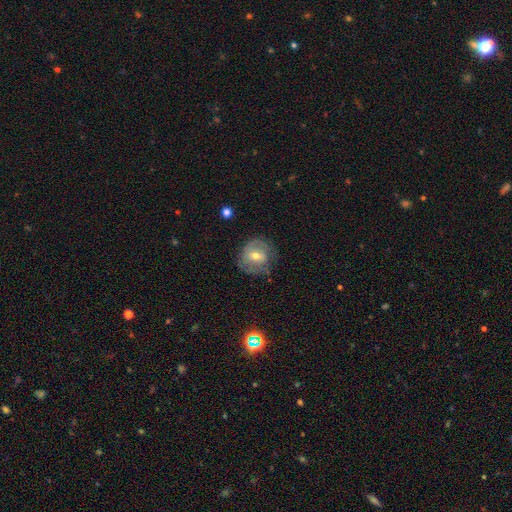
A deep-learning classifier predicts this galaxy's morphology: The model was most divided on "smooth or featured": featured or disk: 48%, smooth: 44%, star or artifact: 8%. More confident: merging — none (66%).